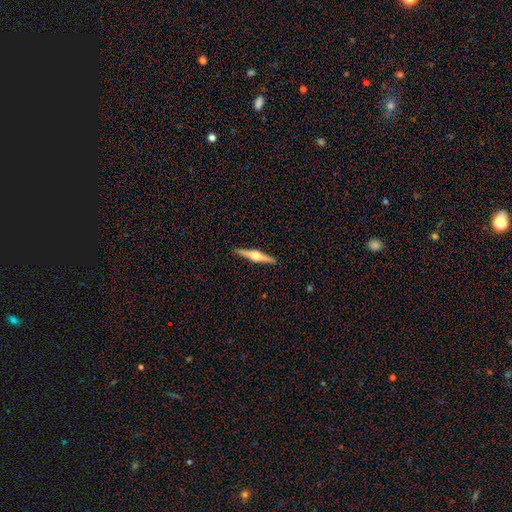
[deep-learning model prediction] This appears to be a featured or disk galaxy (78%) viewed edge-on (98%) with a rounded central bulge (95%). Merging: none (92%).